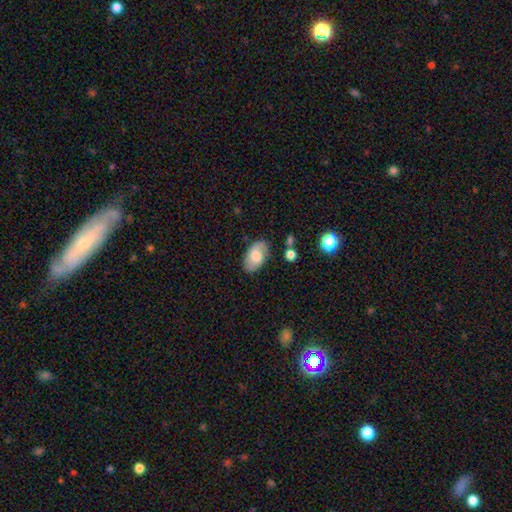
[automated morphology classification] Smooth or featured? Predicted: smooth (p=0.58). How rounded? Predicted: in between (p=0.93). Merging? Predicted: none (p=0.77).